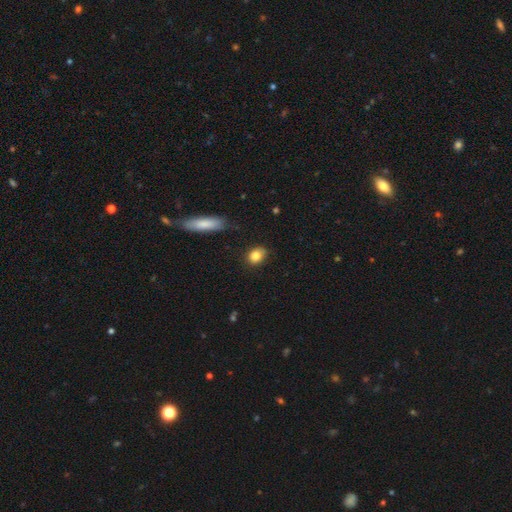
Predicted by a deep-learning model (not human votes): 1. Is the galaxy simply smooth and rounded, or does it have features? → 83% smooth, 9% star or artifact, 8% featured or disk.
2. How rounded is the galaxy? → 49% in between (tied), 49% round (tied), 2% cigar-shaped.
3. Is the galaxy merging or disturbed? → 79% none, 16% minor disturbance, 3% major disturbance, 2% merger.